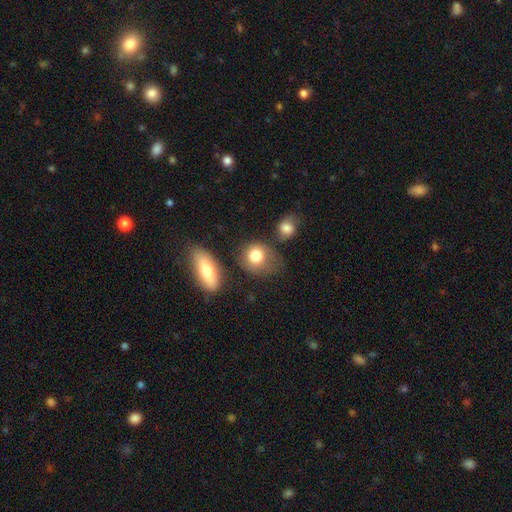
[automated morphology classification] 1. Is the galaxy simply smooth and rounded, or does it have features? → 79% smooth, 12% featured or disk, 9% star or artifact.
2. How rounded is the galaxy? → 62% round, 36% in between, 1% cigar-shaped.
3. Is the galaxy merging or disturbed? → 49% none, 25% minor disturbance, 14% merger, 13% major disturbance.